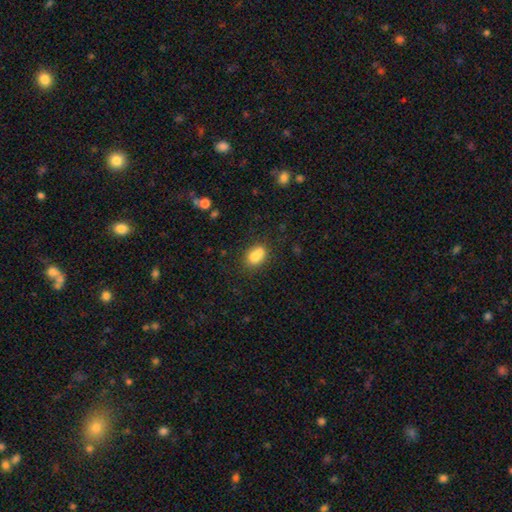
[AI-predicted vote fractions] This is likely a smooth galaxy (75%). How rounded: possibly in between (54%). Merging: marginally none (43%).